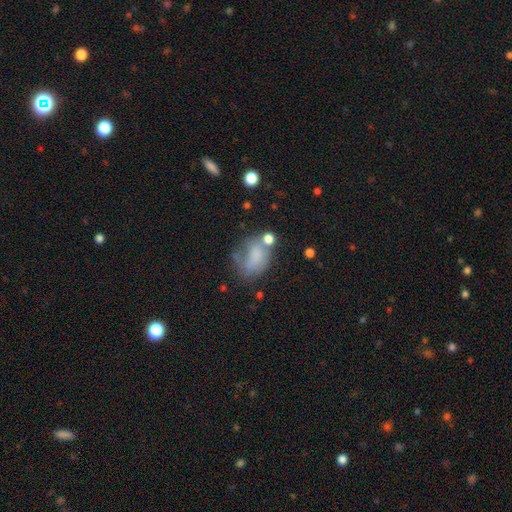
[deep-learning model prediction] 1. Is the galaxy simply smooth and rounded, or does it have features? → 63% smooth, 25% featured or disk, 12% star or artifact.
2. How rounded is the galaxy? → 65% in between, 33% round, 1% cigar-shaped.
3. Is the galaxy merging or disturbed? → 34% none, 27% minor disturbance, 26% major disturbance, 14% merger.